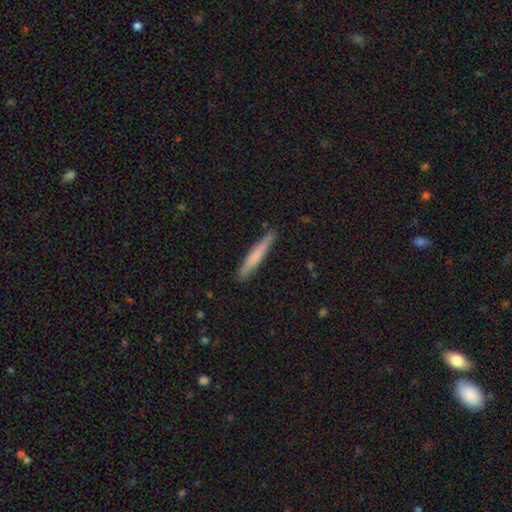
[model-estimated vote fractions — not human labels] smooth-or-featured: smooth: 67% | featured or disk: 27% | star or artifact: 5%
  how-rounded: cigar-shaped: 95% | in between: 4% | round: 1%
  merging: none: 86% | minor disturbance: 11% | major disturbance: 2% | merger: 1%